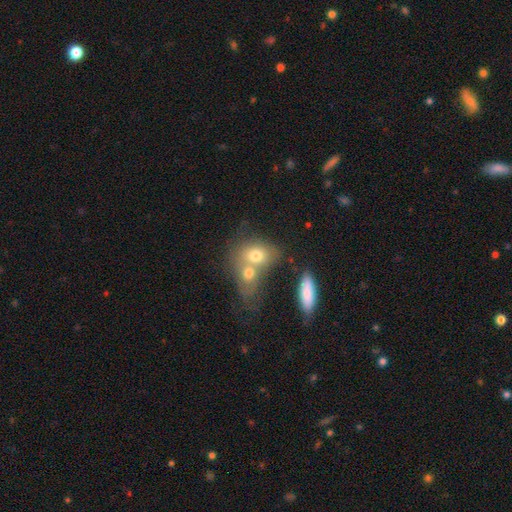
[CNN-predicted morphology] Smooth or featured? Predicted: smooth (p=0.68). How rounded? Predicted: in between (p=0.55). Merging? Predicted: merger (p=0.61).